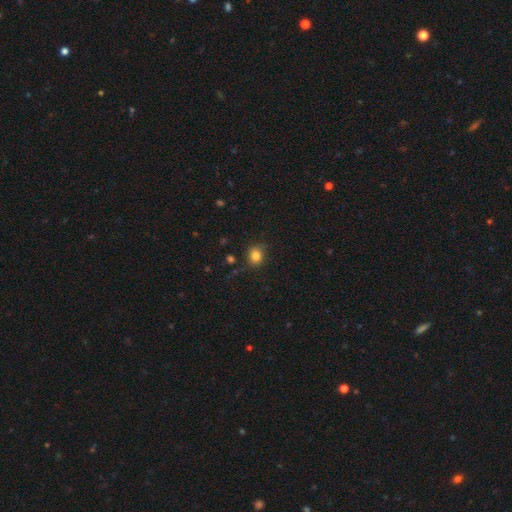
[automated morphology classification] Smooth or featured? Predicted: smooth (p=0.83). How rounded? Predicted: round (p=0.70). Merging? Predicted: none (p=0.80).